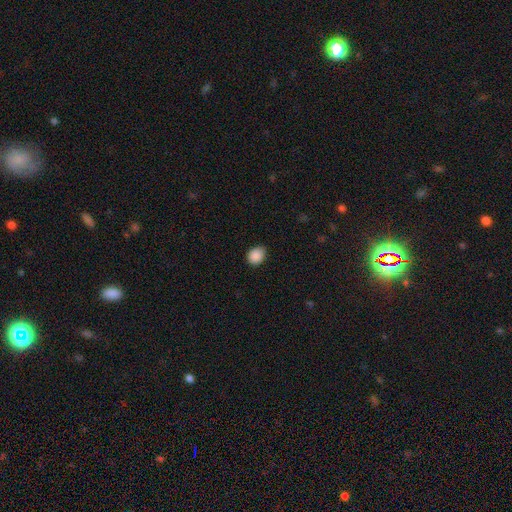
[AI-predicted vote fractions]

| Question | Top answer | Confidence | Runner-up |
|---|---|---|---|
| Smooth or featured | smooth | 89% | star or artifact (8%) |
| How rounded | in between | 52% | round (47%) |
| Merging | none | 82% | minor disturbance (14%) |